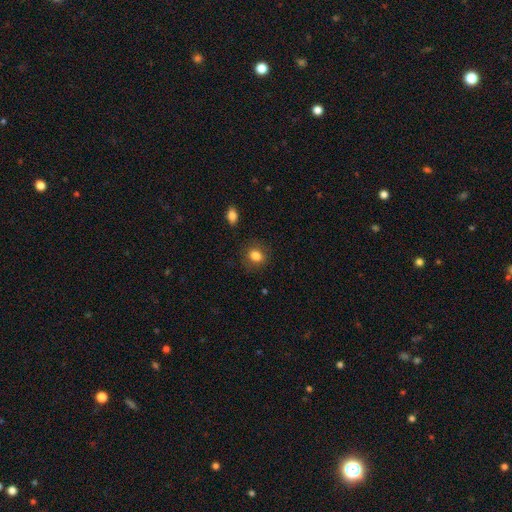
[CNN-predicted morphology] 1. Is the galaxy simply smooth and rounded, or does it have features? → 83% smooth, 10% star or artifact, 7% featured or disk.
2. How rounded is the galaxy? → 59% round, 40% in between, 1% cigar-shaped.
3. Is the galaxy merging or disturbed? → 84% none, 11% minor disturbance, 3% major disturbance, 1% merger.